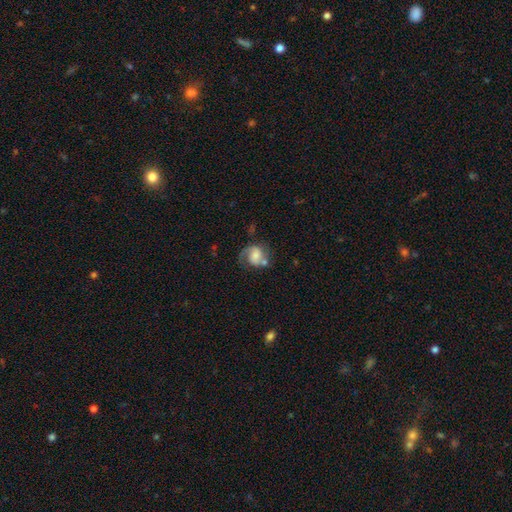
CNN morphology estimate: A featured or disk galaxy (62%) with no bar (50%), 2 (71%) medium (47%) spiral arms (88%) and a moderate central bulge (41%).

Vote fractions:
- Smooth or featured? featured or disk: 62% / smooth: 30% / star or artifact: 8%
- Edge-on disk? no: 98% / yes: 2%
- Bar? no: 50% / weak: 38% / strong: 11%
- Spiral arms? yes: 88% / no: 12%
- Spiral winding? medium: 47% / loose: 32% / tight: 22%
- Spiral arm count? 2: 71% / 1: 19% / can't tell: 7% / 3: 1% / 4: 1% / more than 4: 1%
- Bulge size? moderate: 41% / small: 31% / large: 15% / none: 11% / dominant: 3%
- Merging? none: 48% / minor disturbance: 23% / major disturbance: 16% / merger: 13%